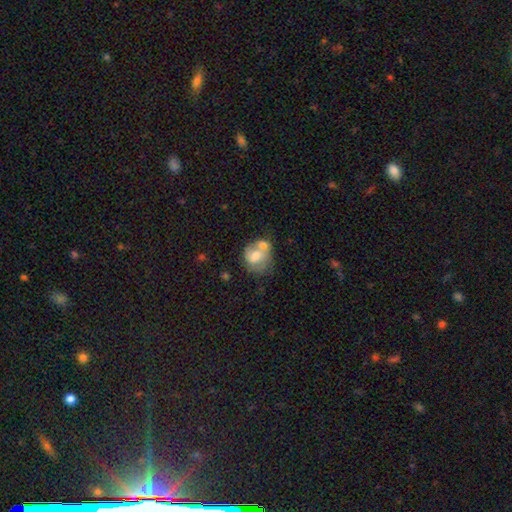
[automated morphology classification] A smooth galaxy with no disk features (63%) that is round (62%). Merging: merger (52%).